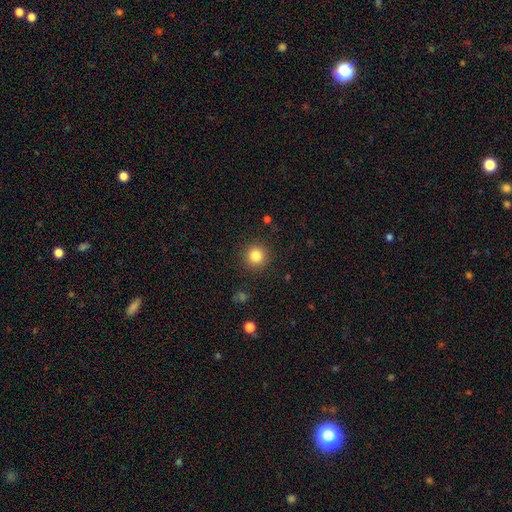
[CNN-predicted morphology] Smooth or featured? Predicted: smooth (p=0.84). How rounded? Predicted: round (p=0.95). Merging? Predicted: none (p=0.90).